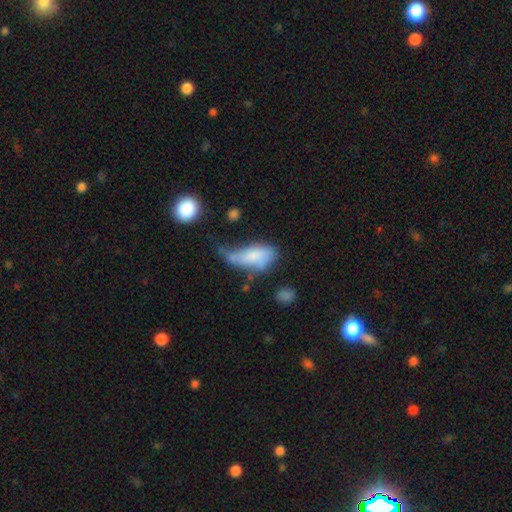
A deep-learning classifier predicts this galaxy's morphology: Smooth or featured? Predicted: smooth (p=0.68). How rounded? Predicted: in between (p=0.83). Merging? Predicted: major disturbance (p=0.35).